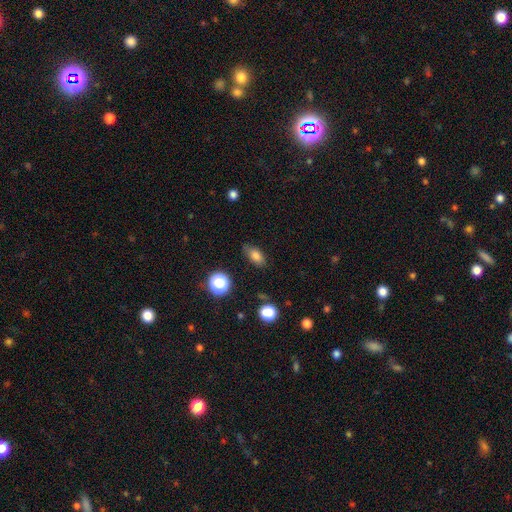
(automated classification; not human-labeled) The model was most divided on "merging": none: 78%, minor disturbance: 16%, major disturbance: 4%, merger: 2%. More confident: how rounded — in between (83%); smooth or featured — smooth (79%).